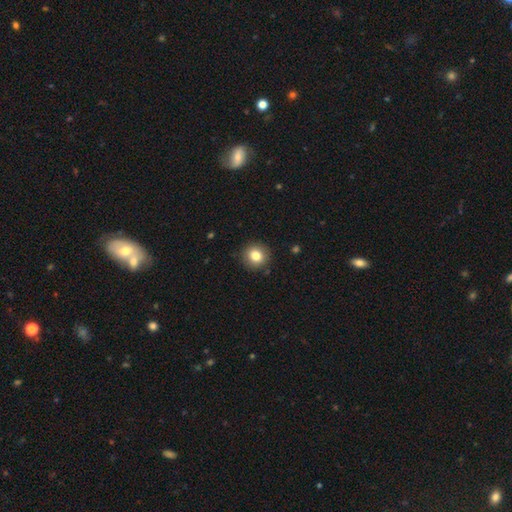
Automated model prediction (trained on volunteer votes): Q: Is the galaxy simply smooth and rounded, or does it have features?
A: smooth — 82%.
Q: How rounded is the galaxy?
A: round — 91%.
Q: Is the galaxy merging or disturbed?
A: none — 90%.